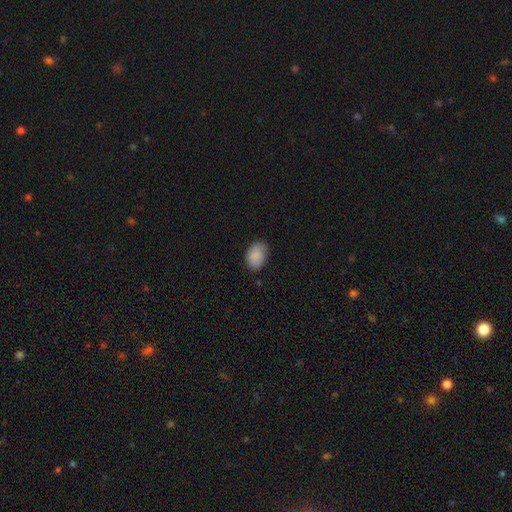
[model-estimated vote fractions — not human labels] A smooth galaxy with no disk features (88%) that is in between round and cigar-shaped (85%). Merging: none (76%).